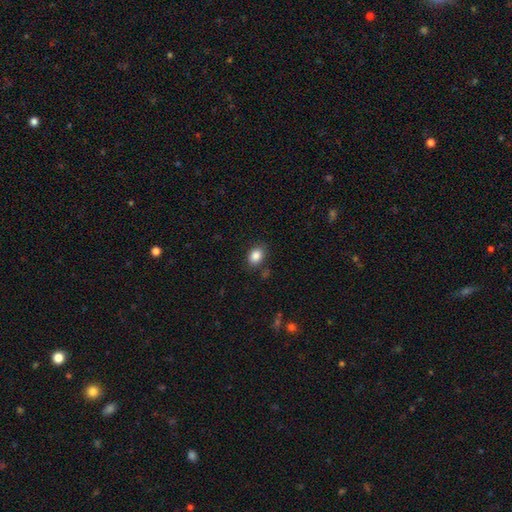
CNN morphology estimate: smooth 86%, star or artifact 9%, featured or disk 5%. Down the decision tree: how rounded — in between (68%); merging — none (82%).